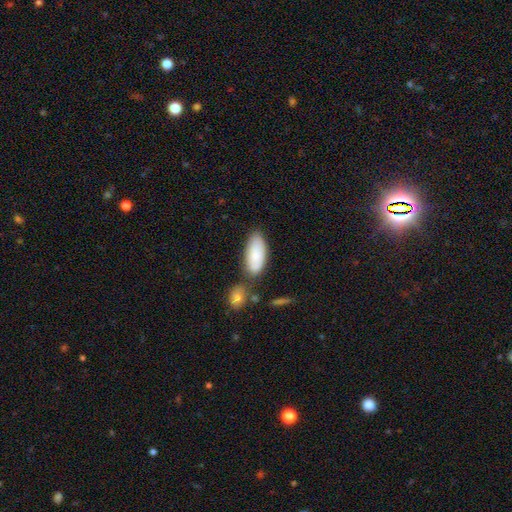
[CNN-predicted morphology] Overall: smooth (82%). How rounded: in between (90%). Merging: none (63%).